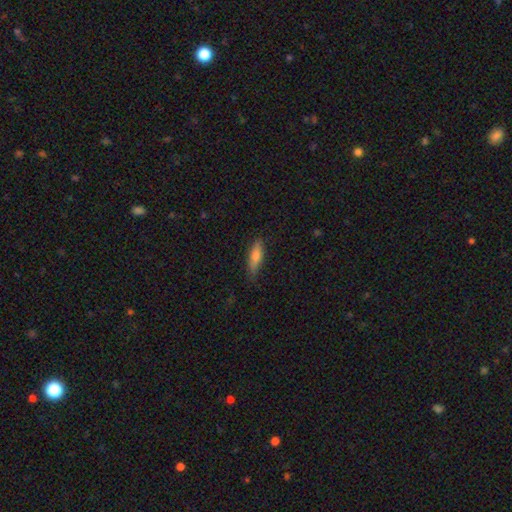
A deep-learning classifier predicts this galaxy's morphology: type=smooth (71%); roundness=cigar-shaped (58%); merging=none (80%).